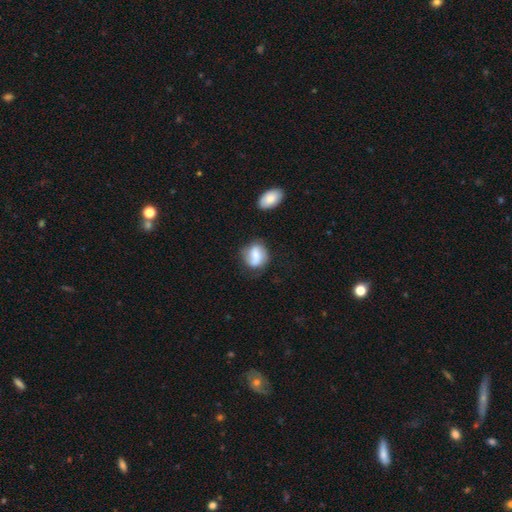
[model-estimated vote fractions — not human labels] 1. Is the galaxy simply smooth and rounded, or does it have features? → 63% smooth, 29% featured or disk, 8% star or artifact.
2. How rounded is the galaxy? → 55% round, 43% in between, 2% cigar-shaped.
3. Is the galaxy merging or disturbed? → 58% none, 26% minor disturbance, 10% major disturbance, 6% merger.